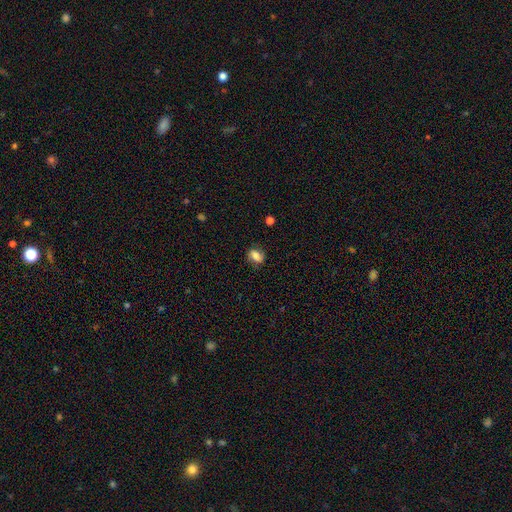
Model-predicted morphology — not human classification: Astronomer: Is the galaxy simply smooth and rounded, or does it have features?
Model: smooth — 70%.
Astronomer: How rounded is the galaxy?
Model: in between — 72%.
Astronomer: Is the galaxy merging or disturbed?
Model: none — 77%.